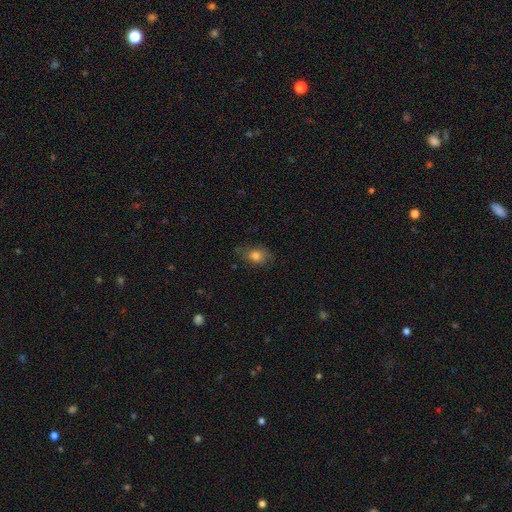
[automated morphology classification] This is likely a smooth galaxy (71%). How rounded: likely in between (72%). Merging: likely none (67%).